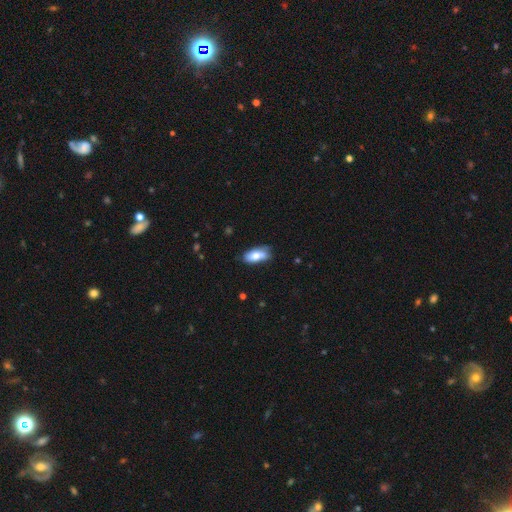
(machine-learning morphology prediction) smooth-or-featured: smooth: 74% | featured or disk: 19% | star or artifact: 7%
  how-rounded: in between: 88% | cigar-shaped: 9% | round: 3%
  merging: none: 53% | minor disturbance: 29% | merger: 10% | major disturbance: 8%